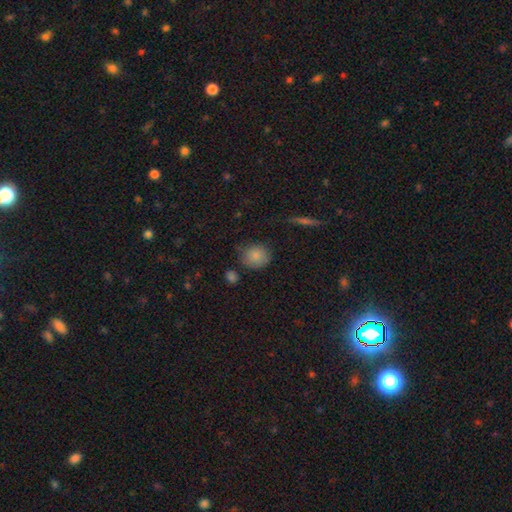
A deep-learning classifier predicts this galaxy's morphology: Smooth or featured: smooth — 84% (star or artifact — 9%)
How rounded: round — 78% (in between — 21%)
Merging: none — 72% (minor disturbance — 20%)